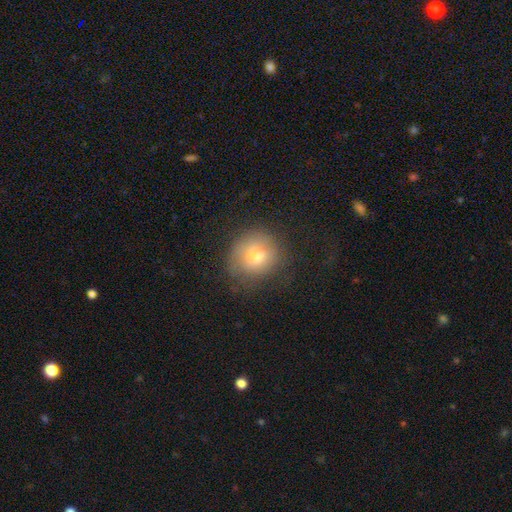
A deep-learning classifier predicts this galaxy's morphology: Smooth or featured?
  - smooth: 73% *
  - featured or disk: 16%
  - star or artifact: 11%
How rounded?
  - round: 86% *
  - in between: 13%
  - cigar-shaped: 1%
Merging?
  - none: 69% *
  - minor disturbance: 20%
  - major disturbance: 10%
  - merger: 2%